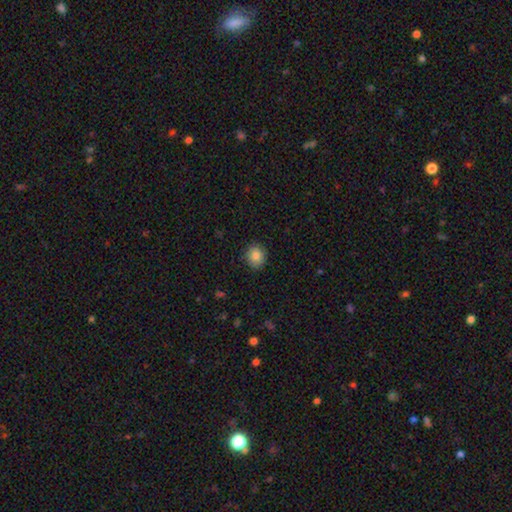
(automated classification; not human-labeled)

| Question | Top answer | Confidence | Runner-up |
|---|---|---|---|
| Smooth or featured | smooth | 86% | star or artifact (9%) |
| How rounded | round | 72% | in between (27%) |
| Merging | none | 88% | minor disturbance (9%) |